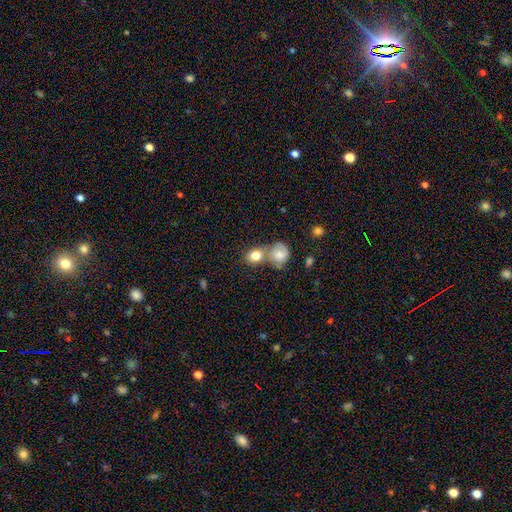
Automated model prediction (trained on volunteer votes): smooth-or-featured: smooth: 80% | featured or disk: 13% | star or artifact: 8%
  how-rounded: round: 55% | in between: 43% | cigar-shaped: 1%
  merging: merger: 50% | none: 35% | minor disturbance: 10% | major disturbance: 5%